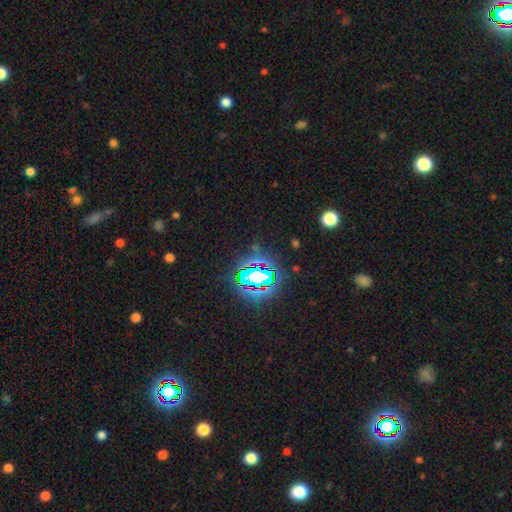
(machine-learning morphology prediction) This is clearly a star or artifact rather than a galaxy (81%).